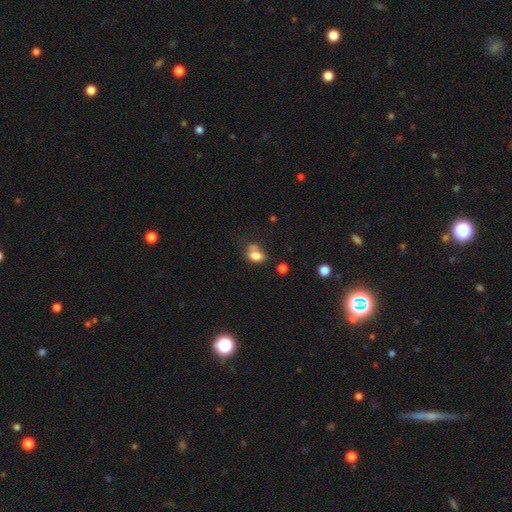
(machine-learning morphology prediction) Smooth or featured? smooth (76%)
How rounded? in between (78%)
Merging? none (36%)